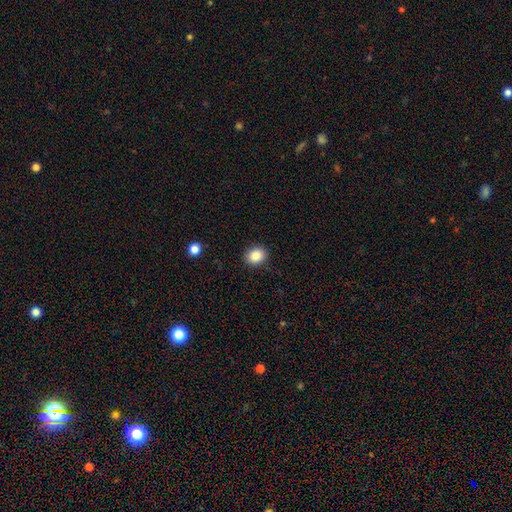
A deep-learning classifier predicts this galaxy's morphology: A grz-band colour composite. It shows a smooth galaxy with no disk features (86%) that is round (64%). Merging: none (89%).